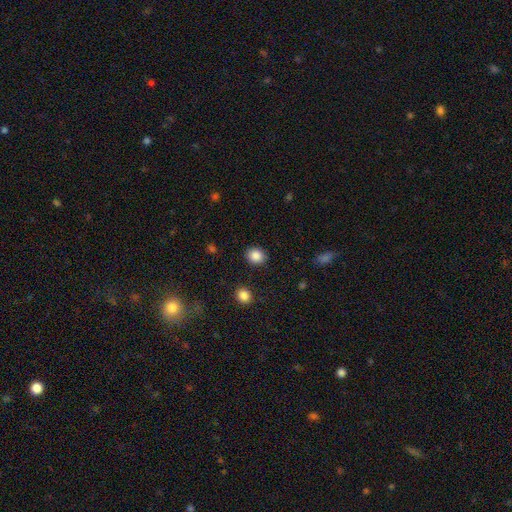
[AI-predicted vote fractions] smooth 87%, star or artifact 9%, featured or disk 4%. Down the decision tree: how rounded — round (72%); merging — none (89%).